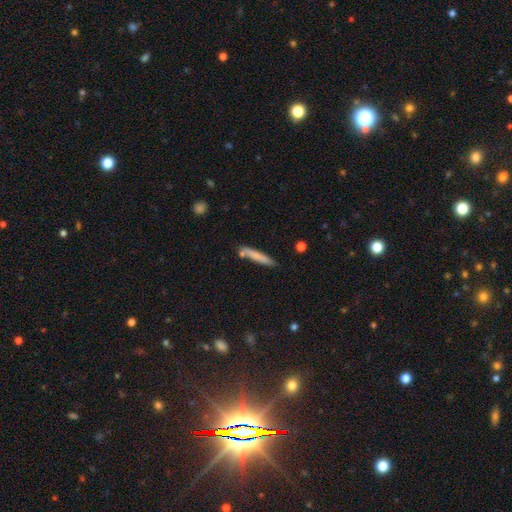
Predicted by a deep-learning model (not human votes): The model was most divided on "smooth or featured": smooth: 72%, featured or disk: 22%, star or artifact: 6%. More confident: how rounded — cigar-shaped (94%); merging — none (77%).